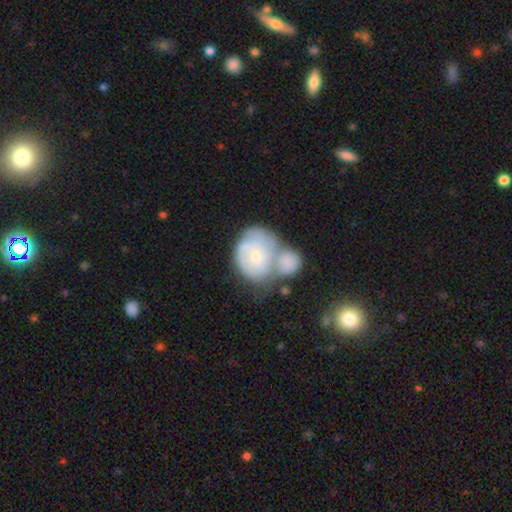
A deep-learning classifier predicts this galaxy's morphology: Smooth or featured: featured or disk — 48% (smooth — 44%)
Merging: merger — 54% (none — 24%)